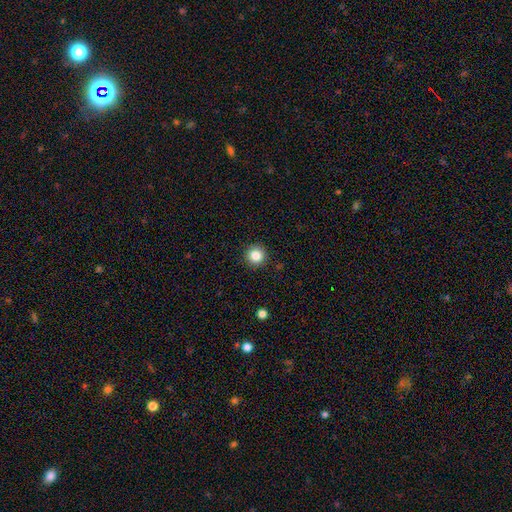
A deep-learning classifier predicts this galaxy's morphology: A smooth galaxy with no disk features (84%) that is round (95%). Merging: none (92%).